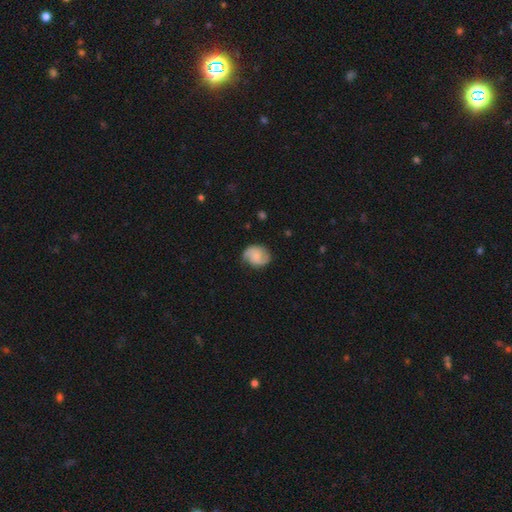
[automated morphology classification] A featured or disk galaxy (61%) with no bar (60%), 2 (86%) medium (47%) spiral arms (94%) and no central bulge (39%). Merging: none (76%).